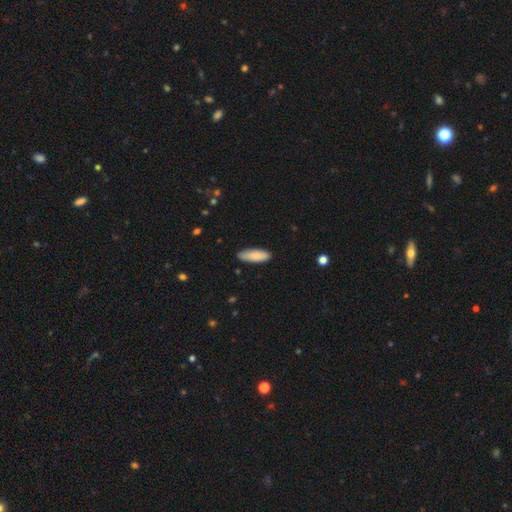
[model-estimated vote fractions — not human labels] Smooth or featured? Predicted: smooth (p=0.85). How rounded? Predicted: in between (p=0.60). Merging? Predicted: none (p=0.86).